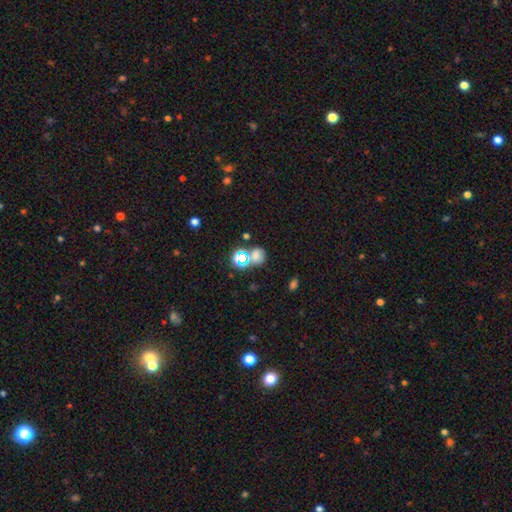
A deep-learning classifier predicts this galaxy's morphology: Smooth or featured: smooth — 54% (star or artifact — 35%)
How rounded: round — 62% (in between — 37%)
Merging: none — 55% (merger — 25%)